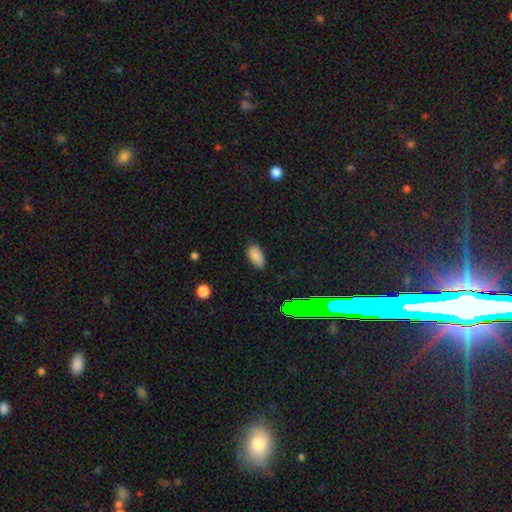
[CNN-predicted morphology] A smooth galaxy with no disk features (85%) that is in between round and cigar-shaped (93%).

Vote fractions:
- Smooth or featured? smooth: 85% / star or artifact: 10% / featured or disk: 5%
- How rounded? in between: 93% / round: 4% / cigar-shaped: 3%
- Merging? none: 80% / minor disturbance: 16% / major disturbance: 3% / merger: 1%